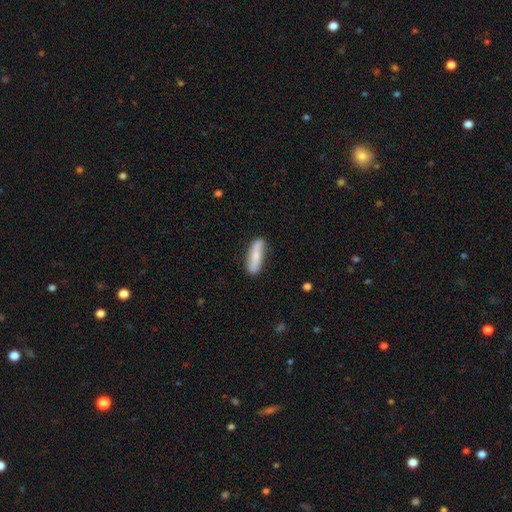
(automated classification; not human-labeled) Smooth or featured? smooth (57%)
How rounded? cigar-shaped (64%)
Merging? none (83%)